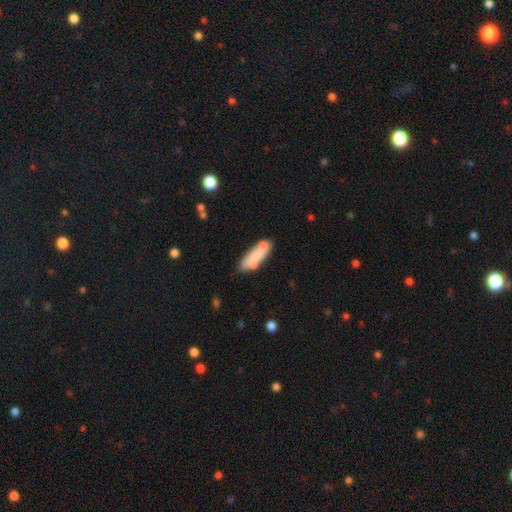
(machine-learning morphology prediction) Smooth or featured? Predicted: smooth (p=0.71). How rounded? Predicted: in between (p=0.56). Merging? Predicted: none (p=0.55).